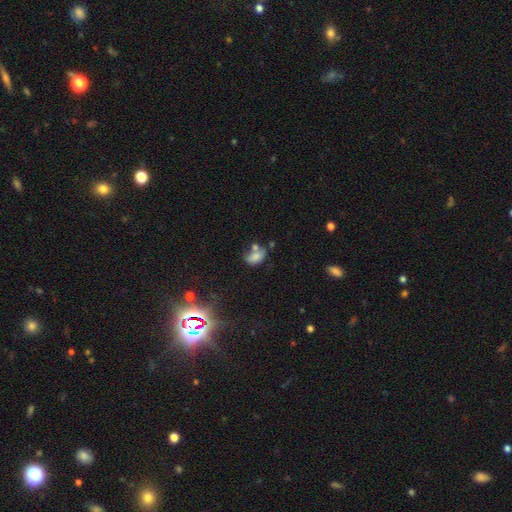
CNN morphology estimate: This appears to be a smooth galaxy with no disk features (66%) that is in between round and cigar-shaped (83%). Merging: merger (36%).